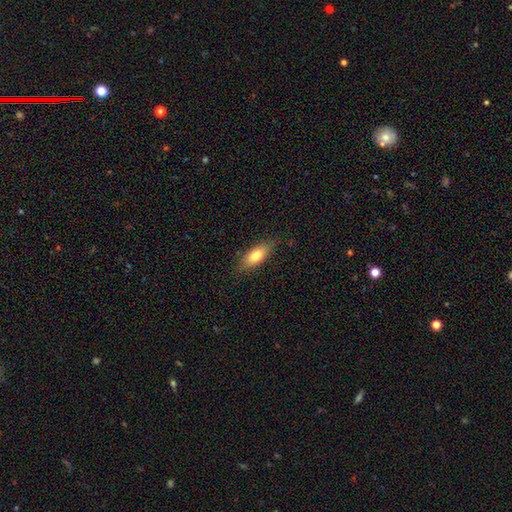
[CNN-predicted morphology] smooth 73%, featured or disk 20%, star or artifact 7%. Down the decision tree: how rounded — in between (72%); merging — none (79%).